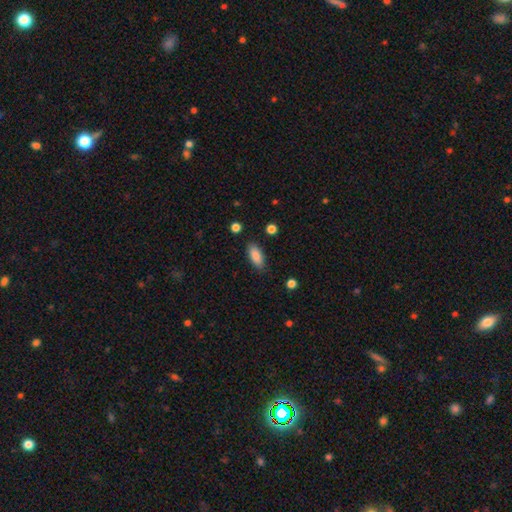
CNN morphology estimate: A smooth galaxy with no disk features (86%) that is in between round and cigar-shaped (83%). Merging: none (84%).